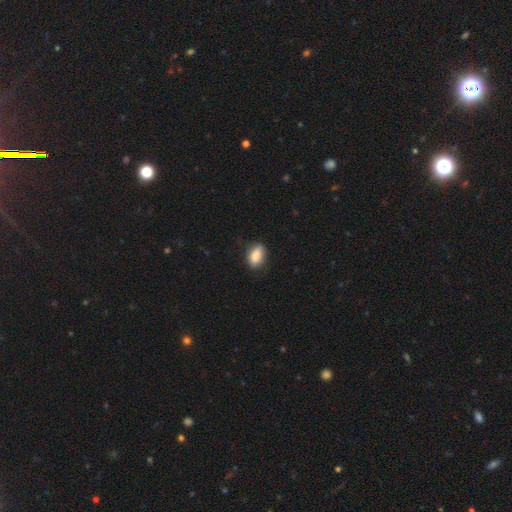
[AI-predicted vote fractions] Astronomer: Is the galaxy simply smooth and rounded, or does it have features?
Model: smooth — 86%.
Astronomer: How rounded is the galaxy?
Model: in between — 88%.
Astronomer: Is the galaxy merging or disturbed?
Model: none — 80%.